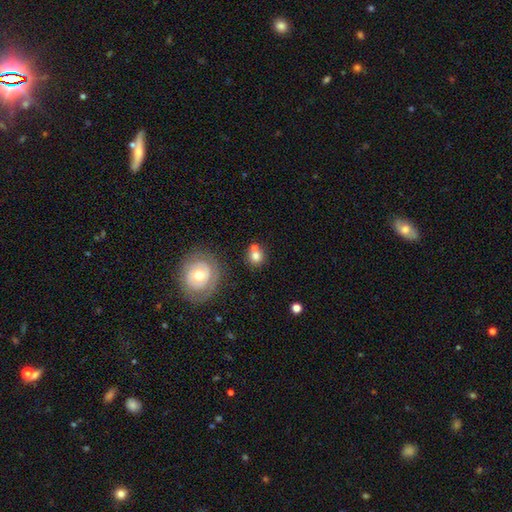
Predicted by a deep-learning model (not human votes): This is likely a smooth galaxy (73%). How rounded: clearly round (86%). Merging: possibly none (60%).